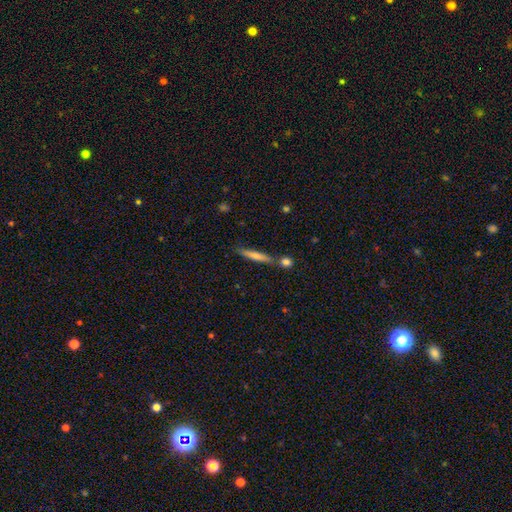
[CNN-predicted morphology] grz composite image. It shows a smooth galaxy with no disk features (54%) that is cigar-shaped (92%). Merging: none (78%).